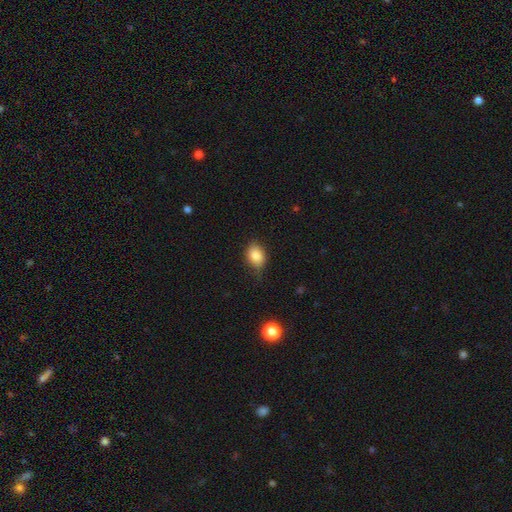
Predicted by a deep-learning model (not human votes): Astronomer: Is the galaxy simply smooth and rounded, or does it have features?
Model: smooth — 84%.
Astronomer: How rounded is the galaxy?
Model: in between — 72%.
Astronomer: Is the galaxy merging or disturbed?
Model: none — 71%.